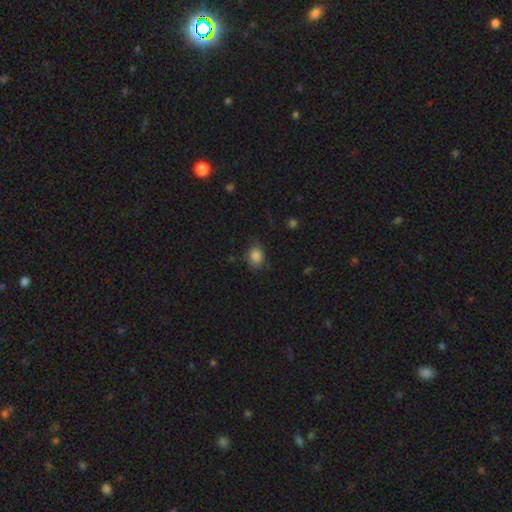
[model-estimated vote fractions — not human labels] Morphology: type=smooth (86%); roundness=in between (53%); merging=none (75%).